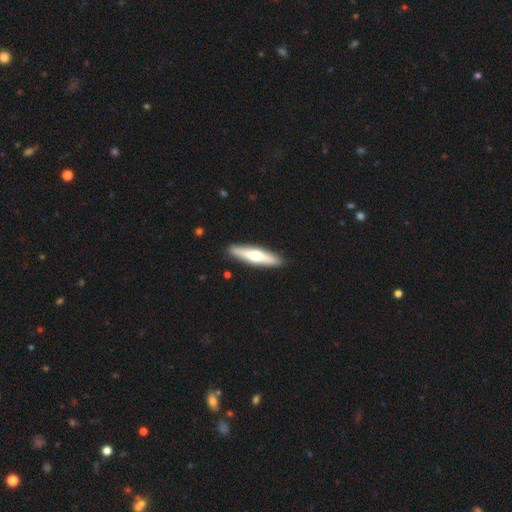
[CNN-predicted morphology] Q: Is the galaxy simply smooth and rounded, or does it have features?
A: smooth — 52%.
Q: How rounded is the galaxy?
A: cigar-shaped — 82%.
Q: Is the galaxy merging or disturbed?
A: none — 90%.